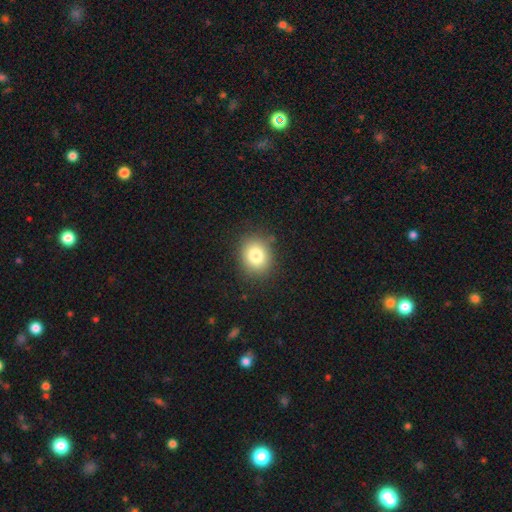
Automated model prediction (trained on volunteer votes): Smooth or featured?
  - smooth: 81% *
  - star or artifact: 11%
  - featured or disk: 8%
How rounded?
  - round: 67% *
  - in between: 32%
  - cigar-shaped: 1%
Merging?
  - none: 86% *
  - minor disturbance: 9%
  - major disturbance: 3%
  - merger: 1%